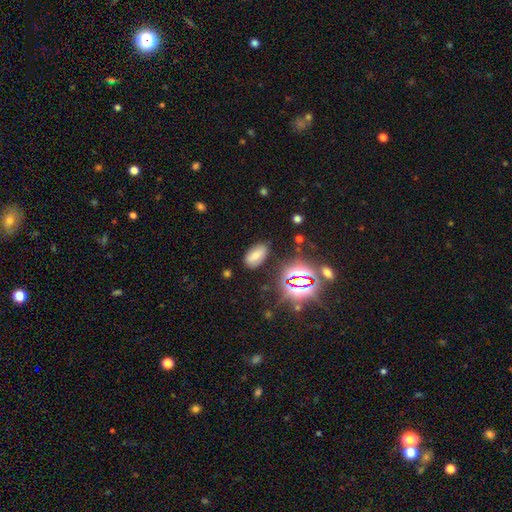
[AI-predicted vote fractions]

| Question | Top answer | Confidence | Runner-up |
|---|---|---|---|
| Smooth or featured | smooth | 65% | star or artifact (22%) |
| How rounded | in between | 92% | round (5%) |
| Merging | none | 80% | minor disturbance (14%) |